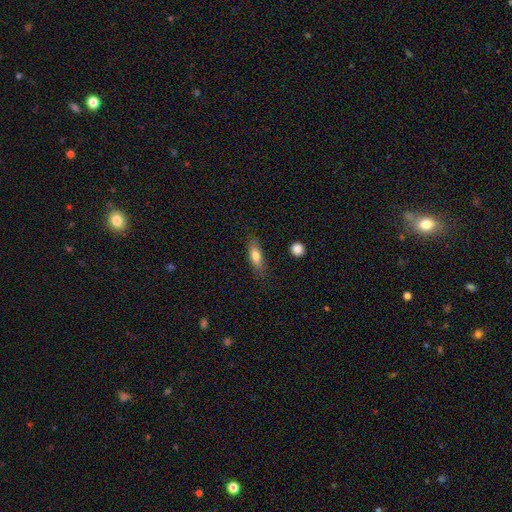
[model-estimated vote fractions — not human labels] Smooth or featured?
  - smooth: 72% *
  - featured or disk: 20%
  - star or artifact: 7%
How rounded?
  - in between: 55% *
  - cigar-shaped: 42%
  - round: 4%
Merging?
  - none: 79% *
  - minor disturbance: 15%
  - major disturbance: 4%
  - merger: 2%